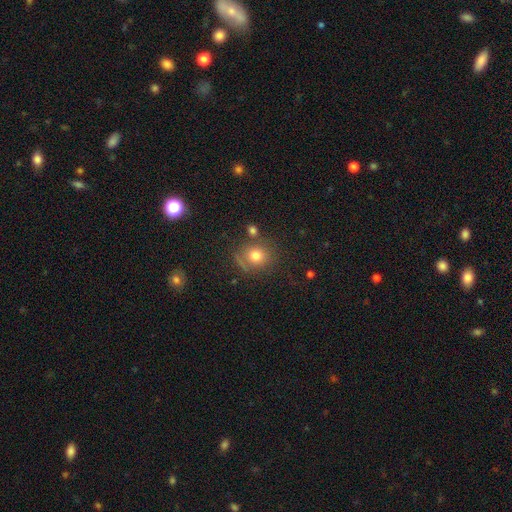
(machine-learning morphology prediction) A smooth galaxy with no disk features (76%) that is round (81%).

Vote fractions:
- Smooth or featured? smooth: 76% / star or artifact: 13% / featured or disk: 11%
- How rounded? round: 81% / in between: 17% / cigar-shaped: 1%
- Merging? none: 68% / minor disturbance: 16% / merger: 9% / major disturbance: 7%